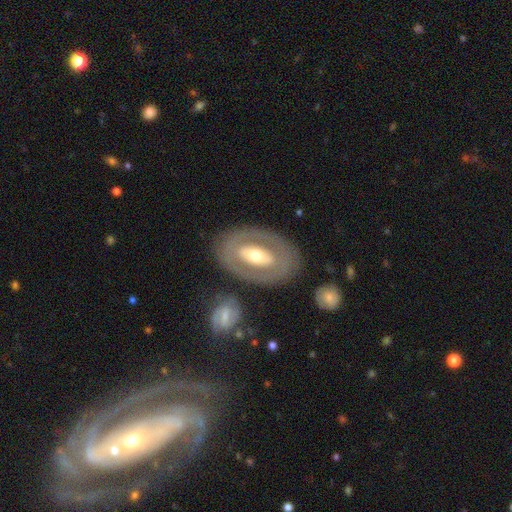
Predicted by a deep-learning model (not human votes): The model was most divided on "bar": no: 46%, strong: 30%, weak: 24%. More confident: edge-on disk — no (89%); spiral arms — no (81%); merging — none (78%); smooth or featured — featured or disk (60%); bulge size — moderate (60%).